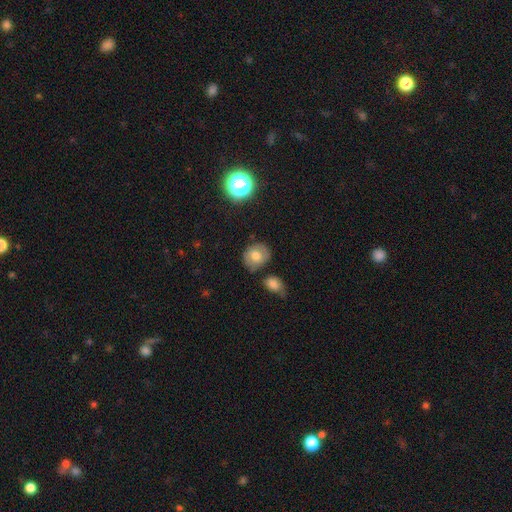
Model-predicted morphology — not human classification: This appears to be a smooth galaxy with no disk features (66%) that is round (70%). Merging: none (70%).